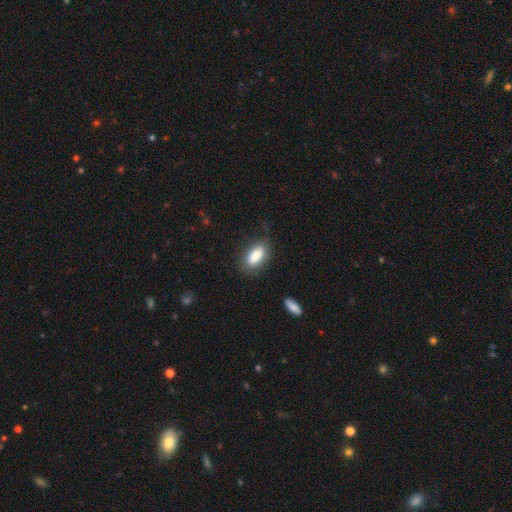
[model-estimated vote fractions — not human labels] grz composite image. It shows a smooth galaxy with no disk features (85%) that is in between round and cigar-shaped (86%). Merging: none (78%).